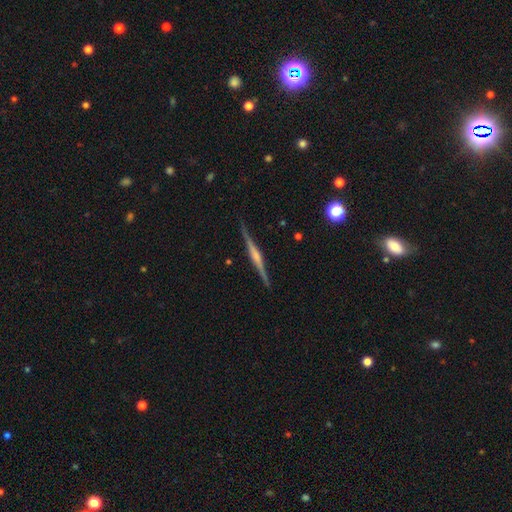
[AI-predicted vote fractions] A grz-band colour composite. It shows a featured or disk galaxy (79%) viewed edge-on (98%) with a rounded central bulge (60%). Merging: none (89%).